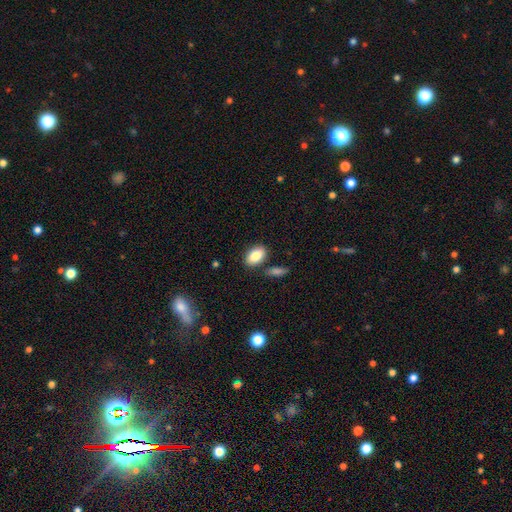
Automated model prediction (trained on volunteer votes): smooth 85%, featured or disk 8%, star or artifact 7%. Down the decision tree: how rounded — in between (90%); merging — none (80%).